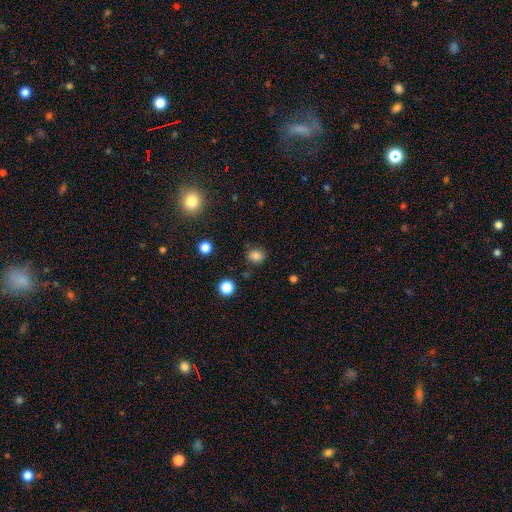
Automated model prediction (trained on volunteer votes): Smooth or featured? Predicted: smooth (p=0.81). How rounded? Predicted: round (p=0.62). Merging? Predicted: none (p=0.81).